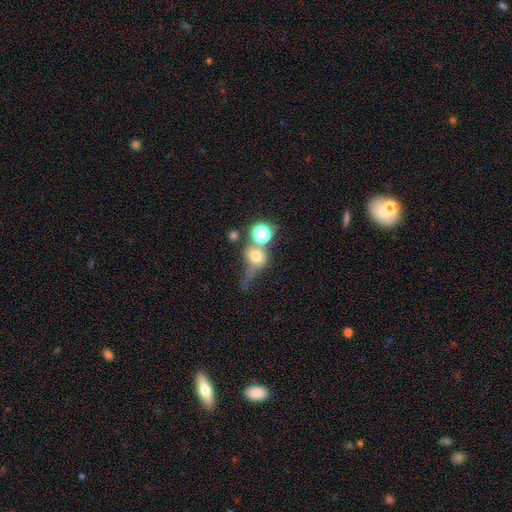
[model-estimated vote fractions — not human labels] Smooth or featured?
  - smooth: 63% *
  - star or artifact: 20%
  - featured or disk: 17%
How rounded?
  - round: 73% *
  - in between: 25%
  - cigar-shaped: 3%
Merging?
  - merger: 33% *
  - none: 32%
  - major disturbance: 20%
  - minor disturbance: 15%